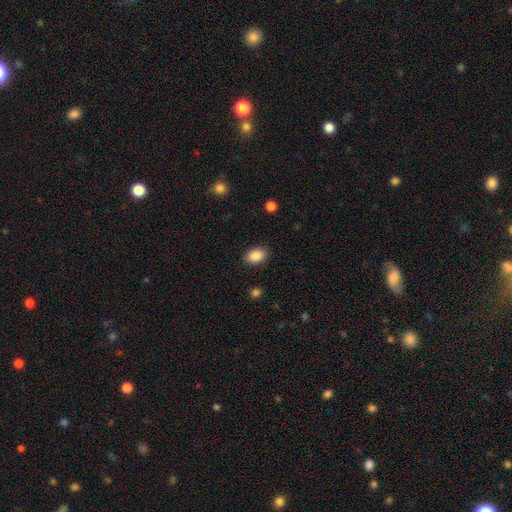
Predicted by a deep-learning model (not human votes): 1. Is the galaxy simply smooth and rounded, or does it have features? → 88% smooth, 8% star or artifact, 4% featured or disk.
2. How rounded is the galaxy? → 83% in between, 16% round, 1% cigar-shaped.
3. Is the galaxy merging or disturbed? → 88% none, 8% minor disturbance, 2% major disturbance, 1% merger.